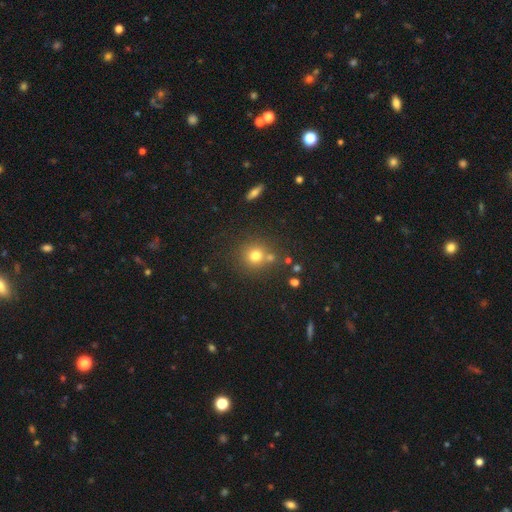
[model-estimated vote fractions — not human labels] This appears to be a smooth galaxy with no disk features (74%) that is round (91%). Merging: none (70%).